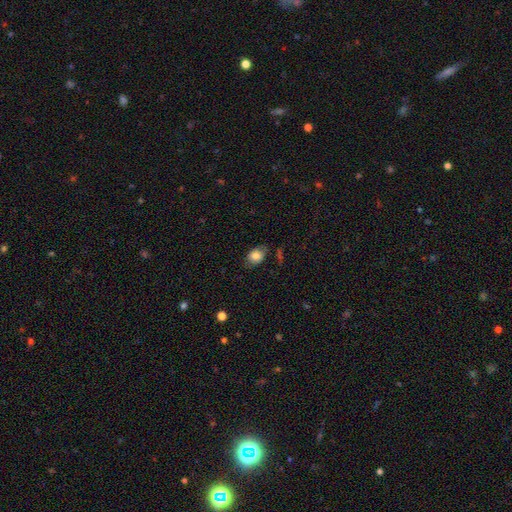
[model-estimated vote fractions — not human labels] The model was most divided on "merging": none: 70%, minor disturbance: 22%, major disturbance: 6%, merger: 2%. More confident: smooth or featured — smooth (79%); how rounded — in between (78%).